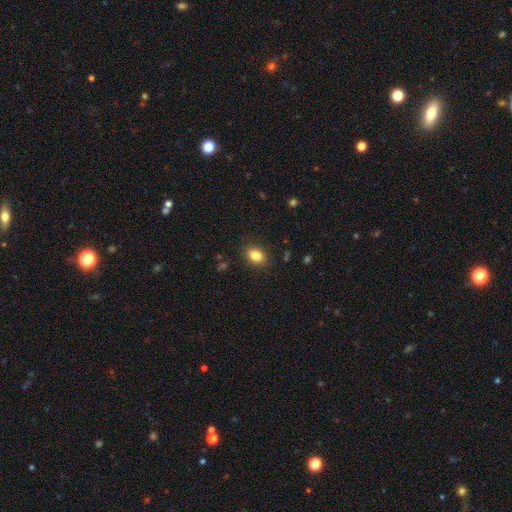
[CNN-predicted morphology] Smooth or featured?
  - smooth: 84% *
  - star or artifact: 10%
  - featured or disk: 7%
How rounded?
  - in between: 70% *
  - round: 29%
  - cigar-shaped: 1%
Merging?
  - none: 87% *
  - minor disturbance: 9%
  - major disturbance: 3%
  - merger: 1%